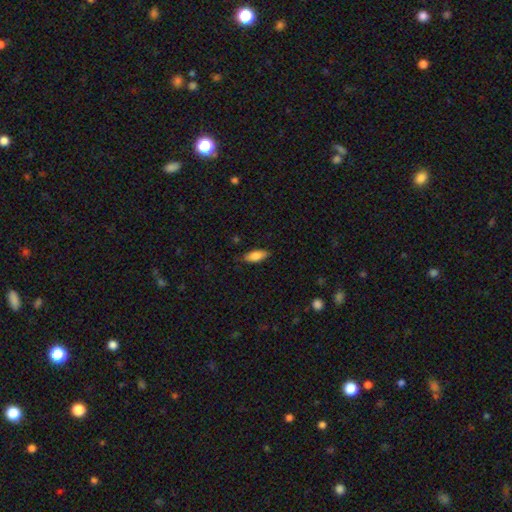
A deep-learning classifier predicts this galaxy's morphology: A smooth galaxy with no disk features (83%) that is in between round and cigar-shaped (82%). Merging: none (82%).